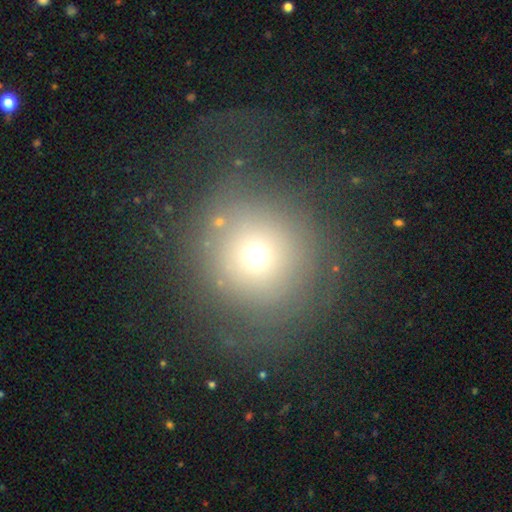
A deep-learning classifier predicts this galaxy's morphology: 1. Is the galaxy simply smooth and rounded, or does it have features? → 61% smooth, 21% featured or disk, 18% star or artifact.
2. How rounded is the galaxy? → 92% round, 7% in between, 1% cigar-shaped.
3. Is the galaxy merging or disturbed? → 58% none, 24% major disturbance, 15% minor disturbance, 3% merger.